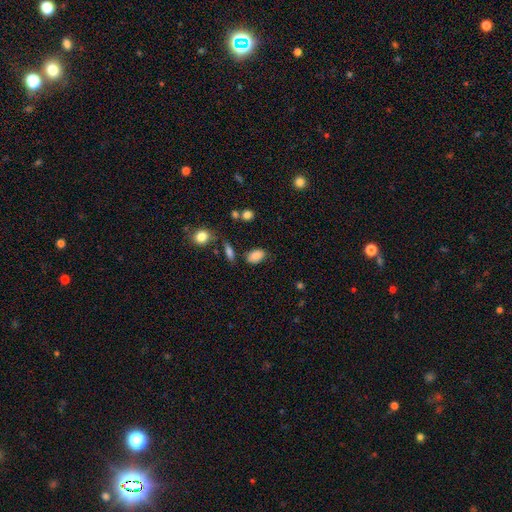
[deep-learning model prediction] Q: Smooth or featured?
A: smooth (86%); runner-up: star or artifact (8%)
Q: How rounded?
A: in between (90%); runner-up: round (8%)
Q: Merging?
A: none (78%); runner-up: minor disturbance (14%)